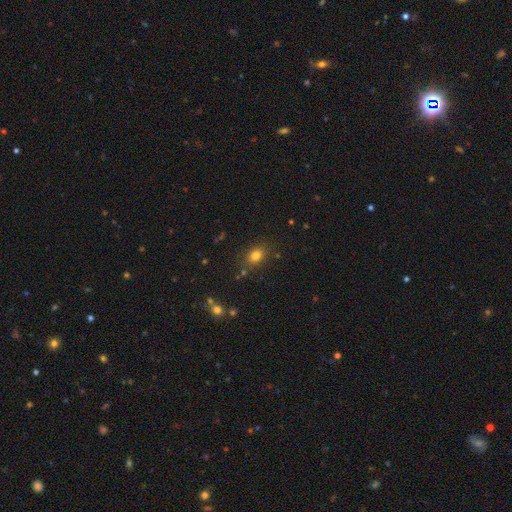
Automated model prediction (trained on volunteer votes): smooth-or-featured: smooth: 78% | star or artifact: 14% | featured or disk: 8%
  how-rounded: in between: 61% | round: 37% | cigar-shaped: 2%
  merging: none: 79% | minor disturbance: 13% | major disturbance: 4% | merger: 4%